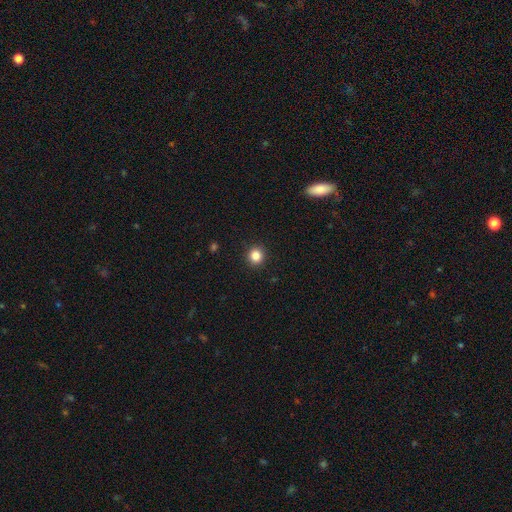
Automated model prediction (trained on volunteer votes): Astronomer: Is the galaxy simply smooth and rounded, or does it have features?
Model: smooth — 85%.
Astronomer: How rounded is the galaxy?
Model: round — 89%.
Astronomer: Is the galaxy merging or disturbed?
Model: none — 92%.